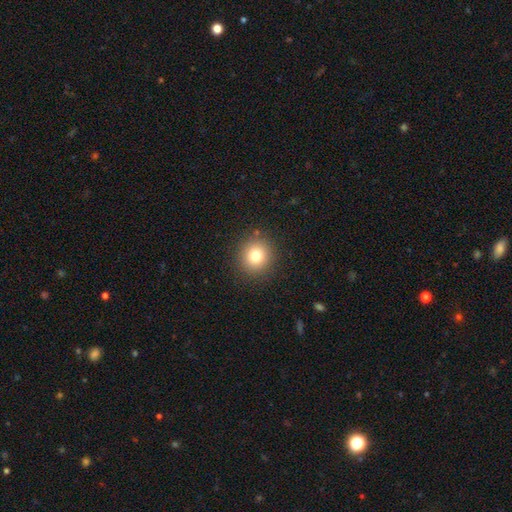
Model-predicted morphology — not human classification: smooth_or_featured: smooth (p=0.79) [alt: star or artifact p=0.12]
how_rounded: round (p=0.89) [alt: in between p=0.10]
merging: none (p=0.89) [alt: minor disturbance p=0.07]